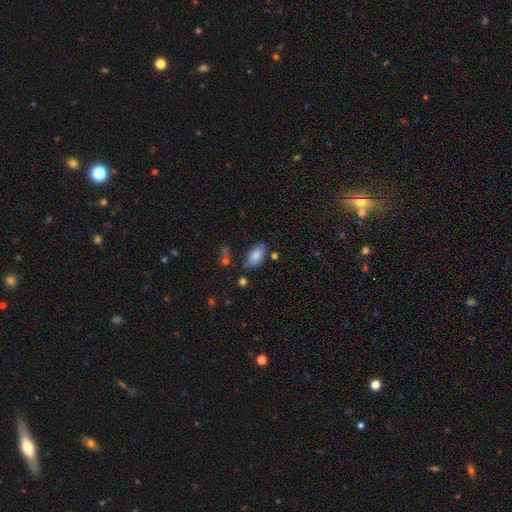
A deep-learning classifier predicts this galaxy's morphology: Overall: smooth (83%). How rounded: in between (93%). Merging: none (70%).